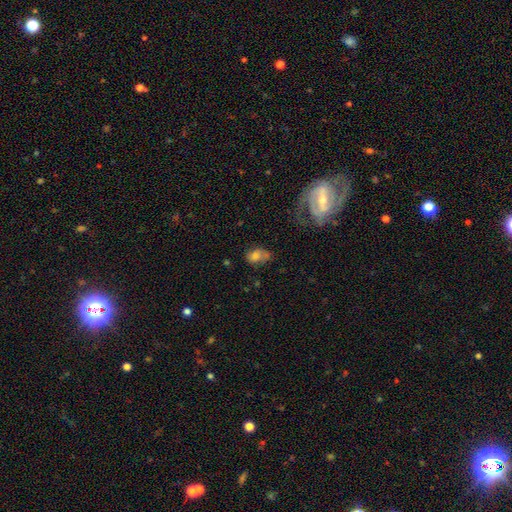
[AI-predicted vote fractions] This is likely a smooth galaxy (63%). How rounded: clearly in between (80%). Merging: possibly none (47%).